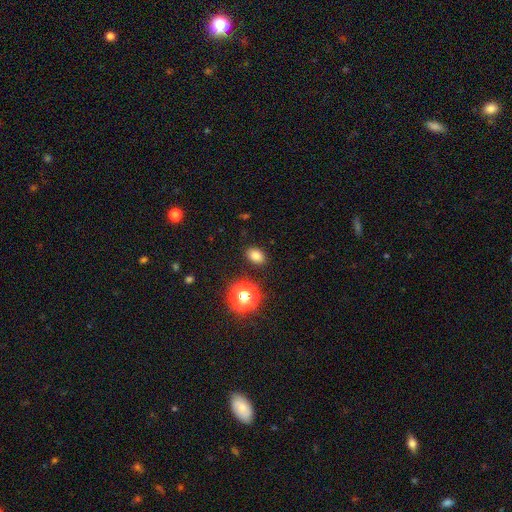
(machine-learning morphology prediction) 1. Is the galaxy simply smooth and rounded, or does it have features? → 78% smooth, 16% star or artifact, 6% featured or disk.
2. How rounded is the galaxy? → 72% in between, 26% round, 1% cigar-shaped.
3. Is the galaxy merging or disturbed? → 87% none, 8% minor disturbance, 3% major disturbance, 2% merger.